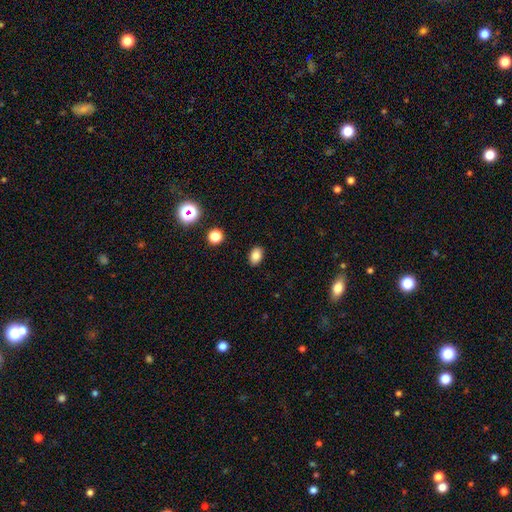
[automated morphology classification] smooth 83%, star or artifact 10%, featured or disk 7%. Down the decision tree: how rounded — in between (85%); merging — none (89%).